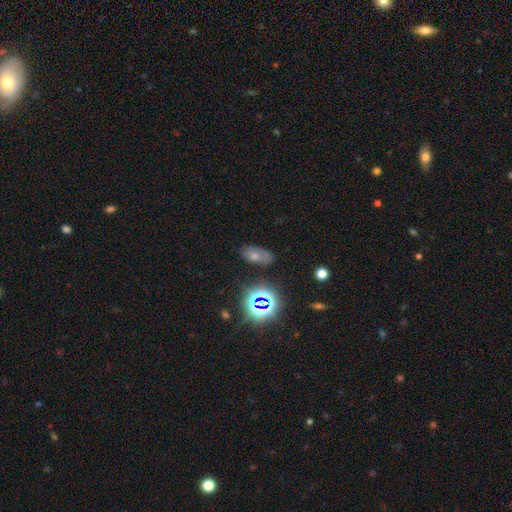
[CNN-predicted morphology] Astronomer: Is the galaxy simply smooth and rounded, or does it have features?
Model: smooth — 56%.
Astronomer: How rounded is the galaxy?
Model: in between — 88%.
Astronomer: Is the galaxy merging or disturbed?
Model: none — 69%.